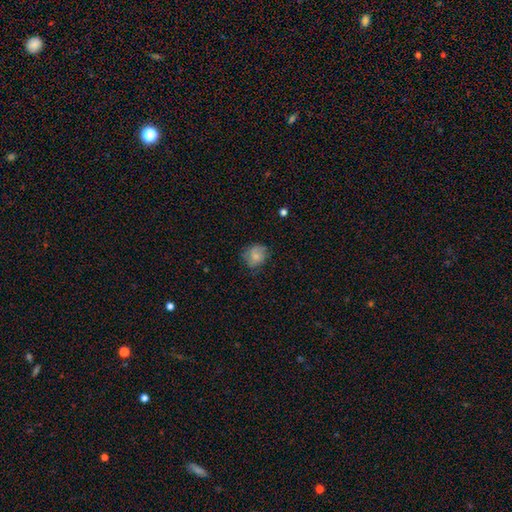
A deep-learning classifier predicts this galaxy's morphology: Smooth or featured: smooth — 68% (featured or disk — 23%)
How rounded: round — 71% (in between — 28%)
Merging: none — 65% (minor disturbance — 25%)